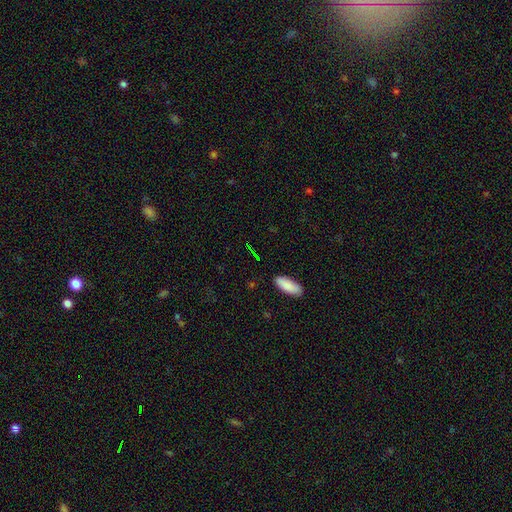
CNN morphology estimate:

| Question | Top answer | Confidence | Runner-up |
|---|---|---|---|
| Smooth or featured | smooth | 64% | star or artifact (28%) |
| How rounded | in between | 52% | cigar-shaped (38%) |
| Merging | none | 87% | minor disturbance (8%) |